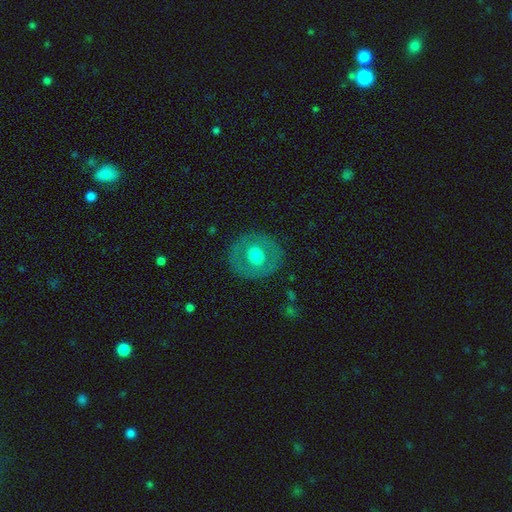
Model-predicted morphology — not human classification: This is possibly a smooth galaxy (54%). How rounded: clearly round (85%). Merging: clearly none (85%).